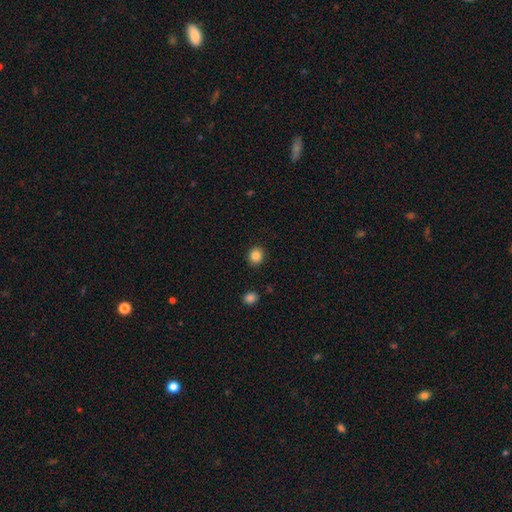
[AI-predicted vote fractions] The model was most divided on "how rounded": round: 81%, in between: 18%, cigar-shaped: 1%. More confident: merging — none (90%); smooth or featured — smooth (87%).